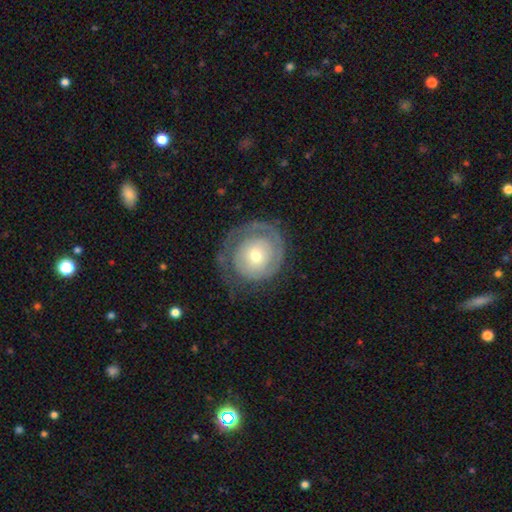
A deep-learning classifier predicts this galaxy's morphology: Smooth or featured: featured or disk — 65% (smooth — 29%)
Edge-on disk: no — 96% (yes — 4%)
Bar: no — 83% (weak — 13%)
Spiral arms: yes — 69% (no — 31%)
Bulge size: small — 48% (moderate — 46%)
Merging: none — 61% (minor disturbance — 20%)